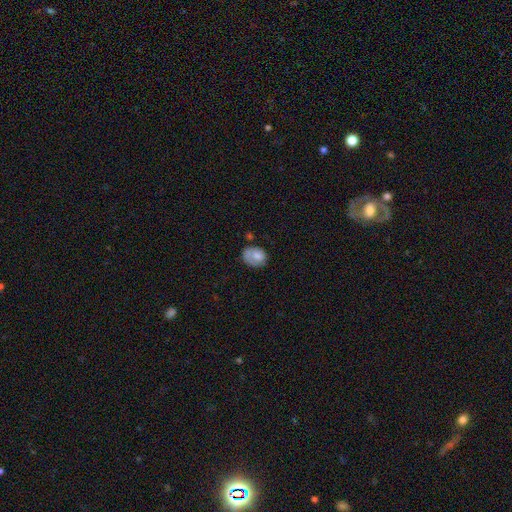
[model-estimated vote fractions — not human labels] A smooth galaxy with no disk features (72%) that is in between round and cigar-shaped (56%). Merging: none (53%).